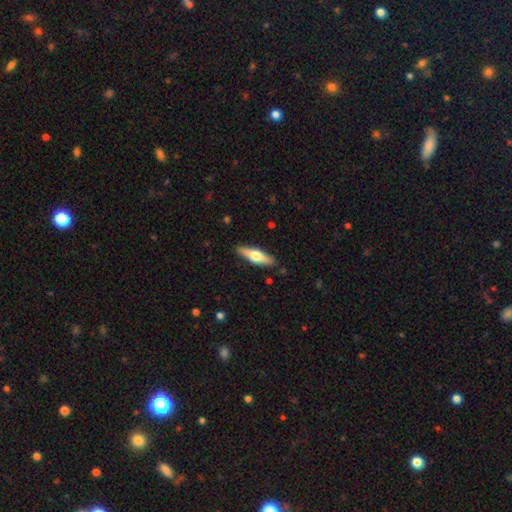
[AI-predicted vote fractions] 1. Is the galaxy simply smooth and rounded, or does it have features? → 48% smooth, 46% featured or disk, 5% star or artifact.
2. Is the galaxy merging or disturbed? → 88% none, 9% minor disturbance, 2% major disturbance, 1% merger.